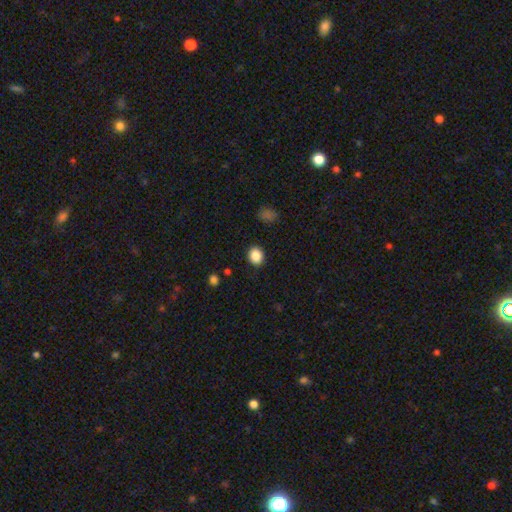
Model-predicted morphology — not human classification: smooth-or-featured: smooth: 87% | star or artifact: 9% | featured or disk: 4%
  how-rounded: round: 60% | in between: 39% | cigar-shaped: 1%
  merging: none: 89% | minor disturbance: 7% | major disturbance: 2% | merger: 1%